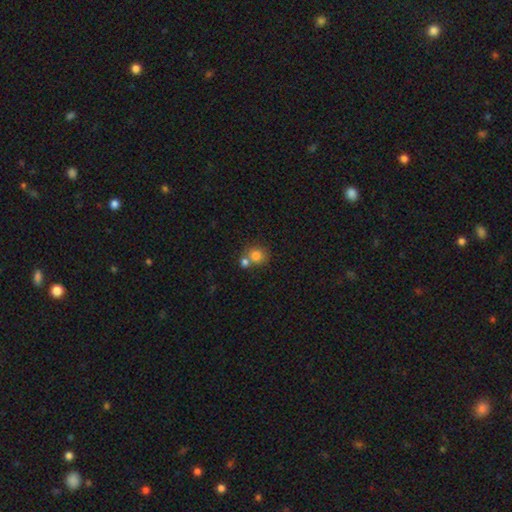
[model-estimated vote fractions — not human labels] smooth_or_featured: smooth (p=0.79) [alt: star or artifact p=0.11]
how_rounded: round (p=0.85) [alt: in between p=0.14]
merging: none (p=0.49) [alt: merger p=0.40]